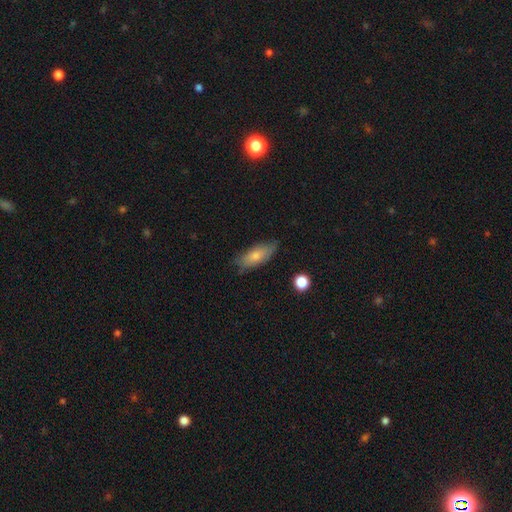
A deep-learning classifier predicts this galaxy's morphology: Smooth or featured? Predicted: smooth (p=0.75). How rounded? Predicted: in between (p=0.76). Merging? Predicted: none (p=0.73).